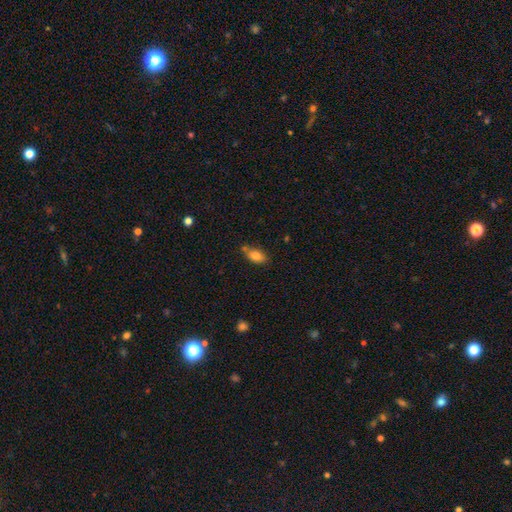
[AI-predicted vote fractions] This is clearly a smooth galaxy (81%). How rounded: clearly in between (88%). Merging: likely none (67%).